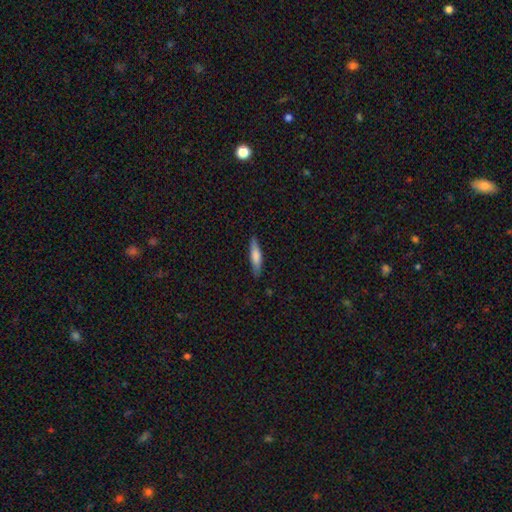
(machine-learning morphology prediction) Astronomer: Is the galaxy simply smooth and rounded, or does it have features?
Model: smooth — 71%.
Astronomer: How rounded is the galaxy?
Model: cigar-shaped — 79%.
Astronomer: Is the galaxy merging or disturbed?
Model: none — 86%.